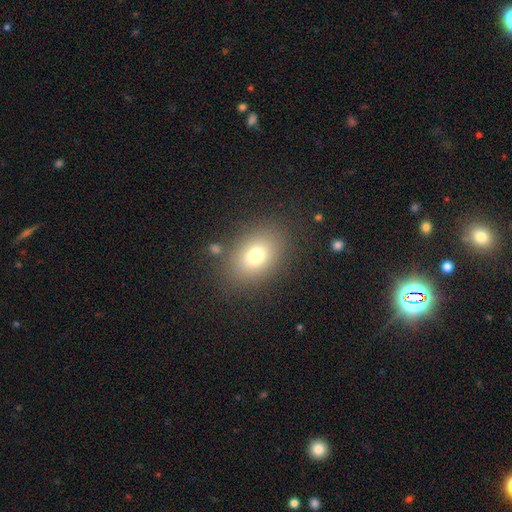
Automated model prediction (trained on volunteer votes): Smooth or featured?
  - smooth: 75% *
  - star or artifact: 13%
  - featured or disk: 13%
How rounded?
  - in between: 69% *
  - round: 29%
  - cigar-shaped: 1%
Merging?
  - none: 81% *
  - minor disturbance: 11%
  - major disturbance: 5%
  - merger: 3%